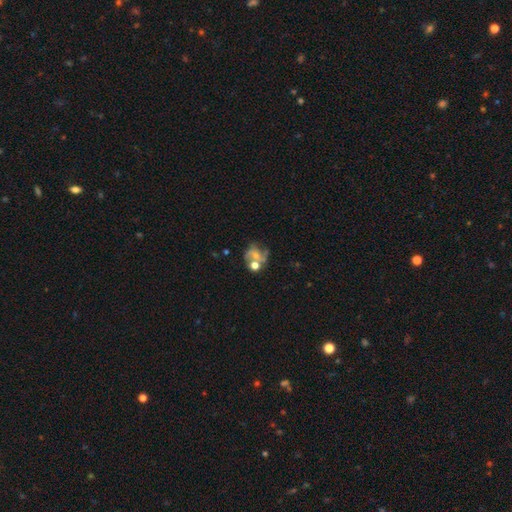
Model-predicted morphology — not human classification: smooth_or_featured: featured or disk (p=0.56) [alt: smooth p=0.31]
disk_edge_on: no (p=0.98) [alt: yes p=0.02]
bar: no (p=0.66) [alt: weak p=0.27]
has_spiral_arms: yes (p=0.70) [alt: no p=0.30]
bulge_size: small (p=0.43) [alt: moderate p=0.40]
merging: none (p=0.41) [alt: merger p=0.26]